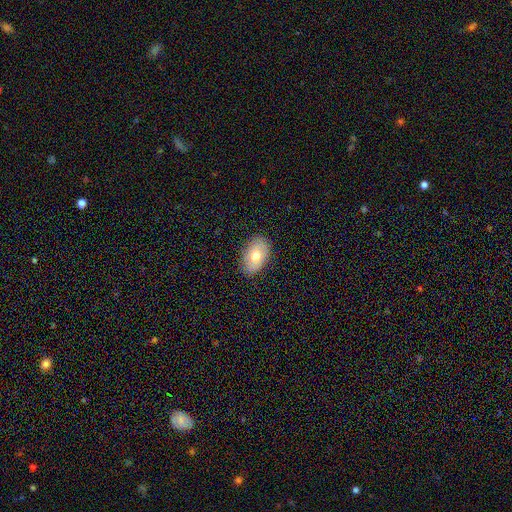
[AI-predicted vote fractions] A smooth galaxy with no disk features (71%) that is in between round and cigar-shaped (91%). Merging: none (86%).